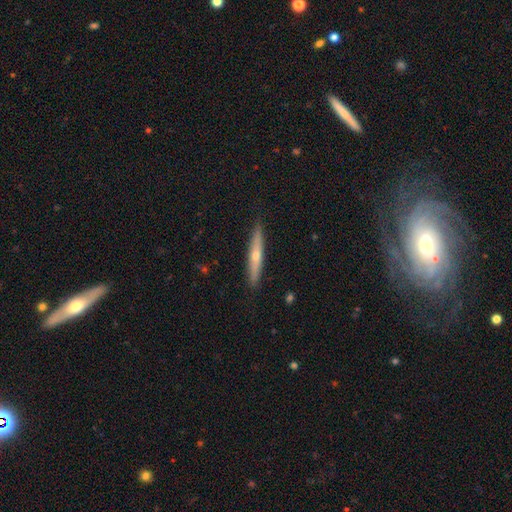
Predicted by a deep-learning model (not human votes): smooth-or-featured: featured or disk: 52% | smooth: 42% | star or artifact: 6%
  disk-edge-on: yes: 93% | no: 7%
  merging: none: 89% | minor disturbance: 8% | major disturbance: 2% | merger: 1%